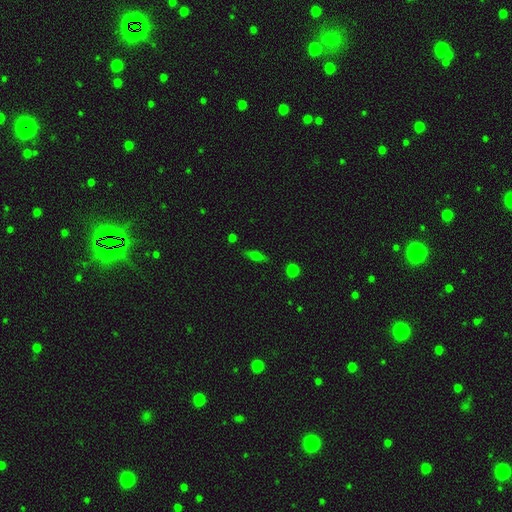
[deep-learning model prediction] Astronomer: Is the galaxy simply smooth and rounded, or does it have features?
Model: smooth — 51% (runner-up: featured or disk, 35%).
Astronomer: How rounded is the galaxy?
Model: in between — 48% (runner-up: cigar-shaped, 45%).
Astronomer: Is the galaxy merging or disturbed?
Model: none — 83%.